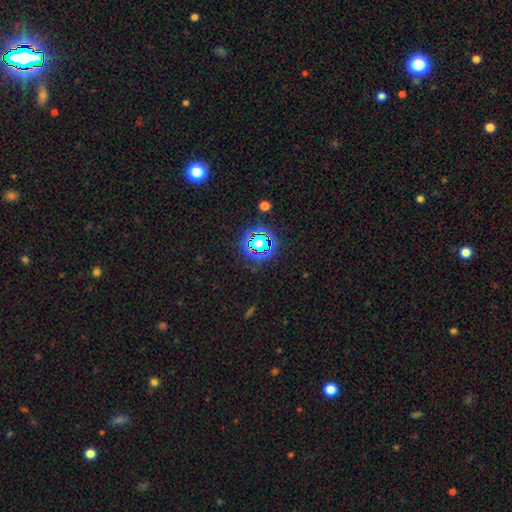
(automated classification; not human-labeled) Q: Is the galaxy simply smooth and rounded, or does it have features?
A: star or artifact — 79%.